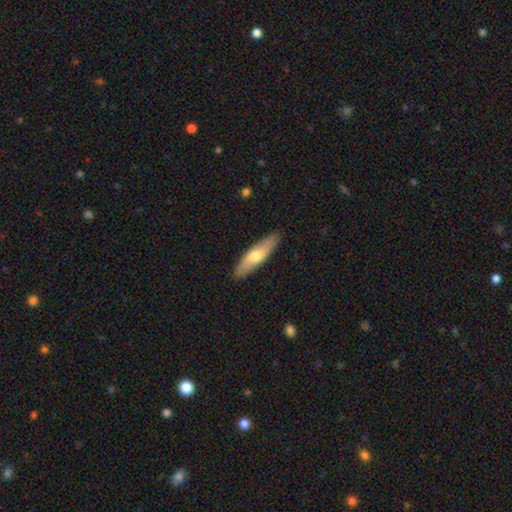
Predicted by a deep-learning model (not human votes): smooth-or-featured: smooth: 60% | featured or disk: 35% | star or artifact: 5%
  how-rounded: cigar-shaped: 66% | in between: 32% | round: 2%
  merging: none: 88% | minor disturbance: 9% | major disturbance: 2% | merger: 1%